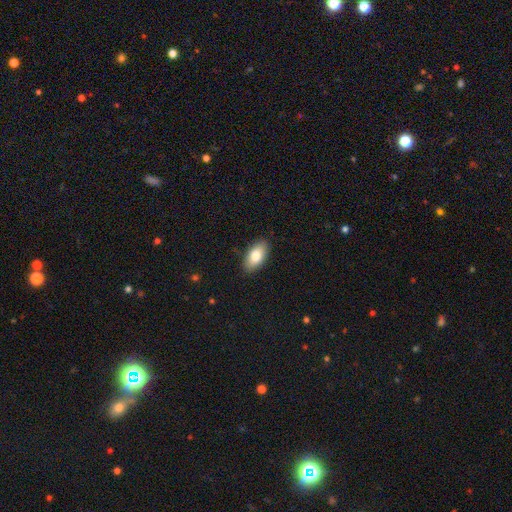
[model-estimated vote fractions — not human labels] A smooth galaxy with no disk features (79%) that is in between round and cigar-shaped (92%).

Vote fractions:
- Smooth or featured? smooth: 79% / featured or disk: 15% / star or artifact: 7%
- How rounded? in between: 92% / cigar-shaped: 5% / round: 3%
- Merging? none: 88% / minor disturbance: 9% / major disturbance: 2% / merger: 1%